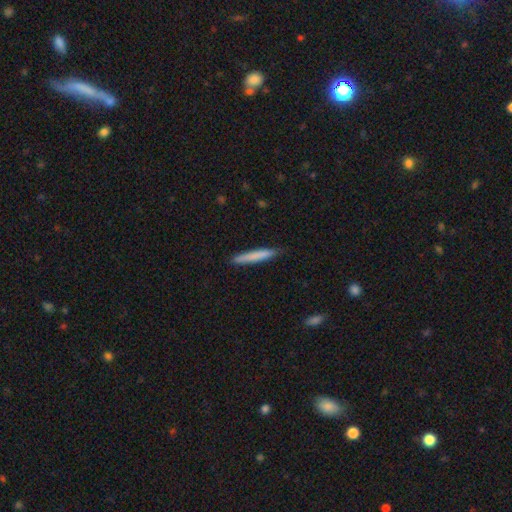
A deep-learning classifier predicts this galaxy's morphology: This is likely a smooth galaxy (76%). How rounded: clearly cigar-shaped (95%). Merging: clearly none (88%).